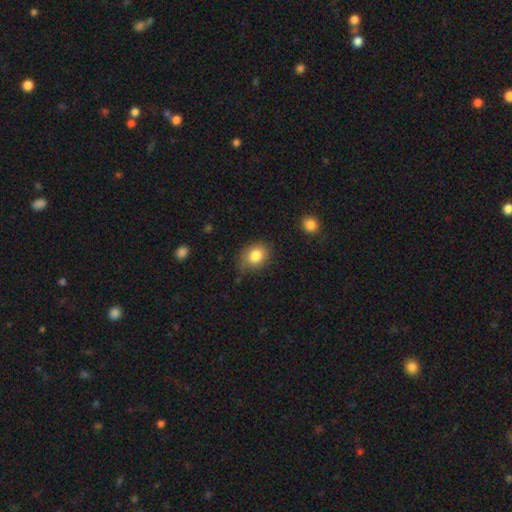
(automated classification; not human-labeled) This is clearly a smooth galaxy (83%). How rounded: possibly in between (58%). Merging: likely none (75%).